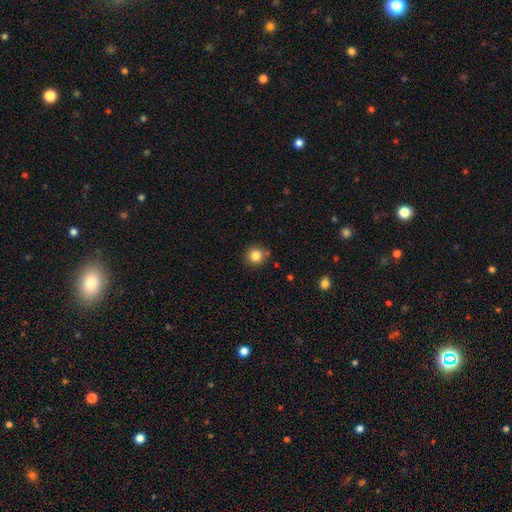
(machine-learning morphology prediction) The model was most divided on "smooth or featured": smooth: 84%, star or artifact: 11%, featured or disk: 5%. More confident: how rounded — round (93%); merging — none (86%).